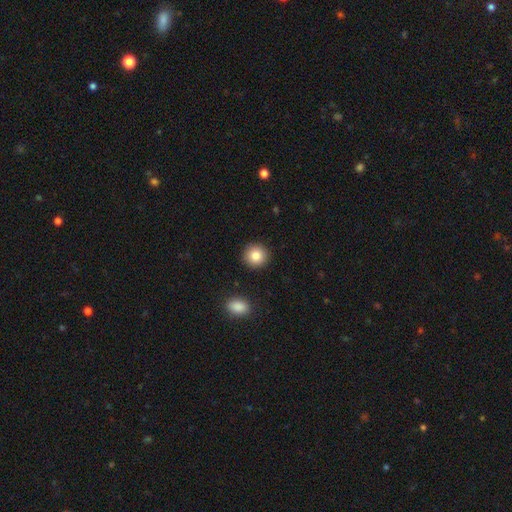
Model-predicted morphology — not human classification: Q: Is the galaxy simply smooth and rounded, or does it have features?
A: smooth — 84%.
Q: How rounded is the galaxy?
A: round — 92%.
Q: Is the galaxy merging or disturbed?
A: none — 91%.